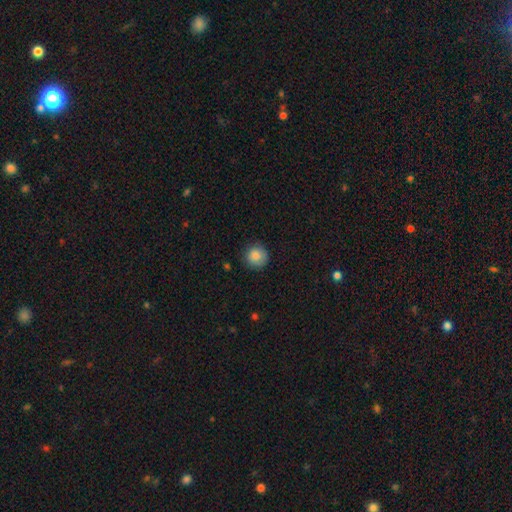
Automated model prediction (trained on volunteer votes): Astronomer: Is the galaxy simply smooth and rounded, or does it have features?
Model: smooth — 86%.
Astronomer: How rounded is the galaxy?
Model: round — 93%.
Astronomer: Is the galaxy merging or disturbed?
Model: none — 83%.